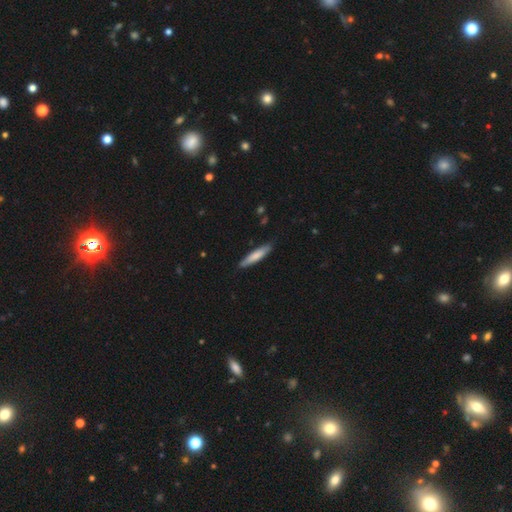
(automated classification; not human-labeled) A smooth galaxy with no disk features (75%) that is cigar-shaped (86%). Merging: none (85%).